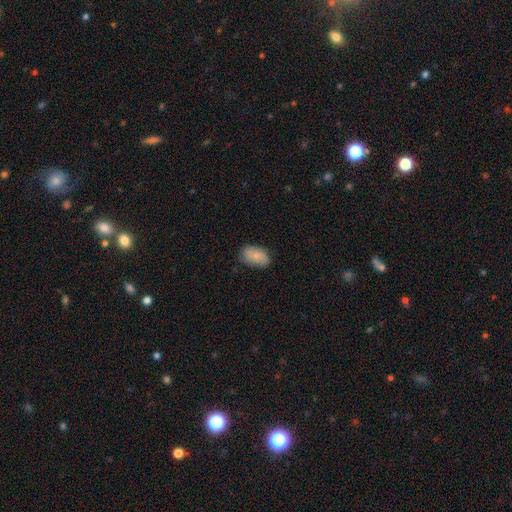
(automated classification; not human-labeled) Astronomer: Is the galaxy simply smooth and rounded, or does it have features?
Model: smooth — 79%.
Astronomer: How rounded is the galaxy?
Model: in between — 91%.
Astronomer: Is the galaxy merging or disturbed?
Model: none — 78%.